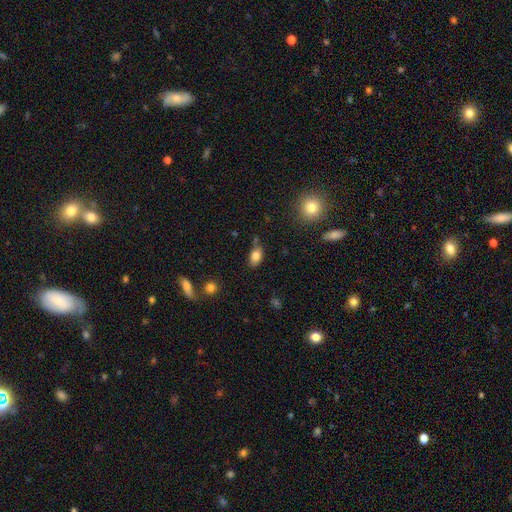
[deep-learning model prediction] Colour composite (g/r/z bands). It shows a smooth galaxy with no disk features (81%) that is in between round and cigar-shaped (87%). Merging: none (70%).